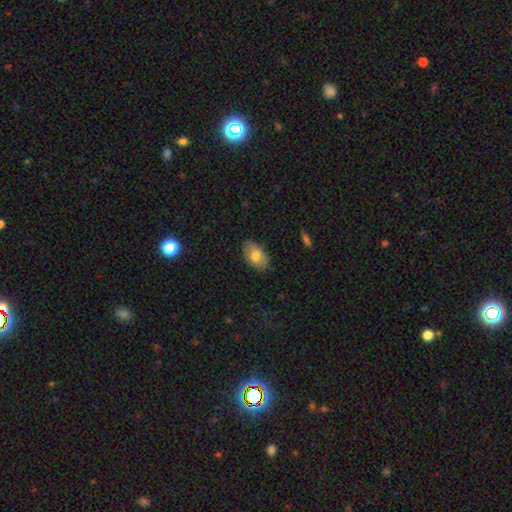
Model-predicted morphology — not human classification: smooth-or-featured: smooth: 77% | featured or disk: 16% | star or artifact: 7%
  how-rounded: in between: 92% | round: 6% | cigar-shaped: 2%
  merging: none: 81% | minor disturbance: 15% | major disturbance: 3% | merger: 1%